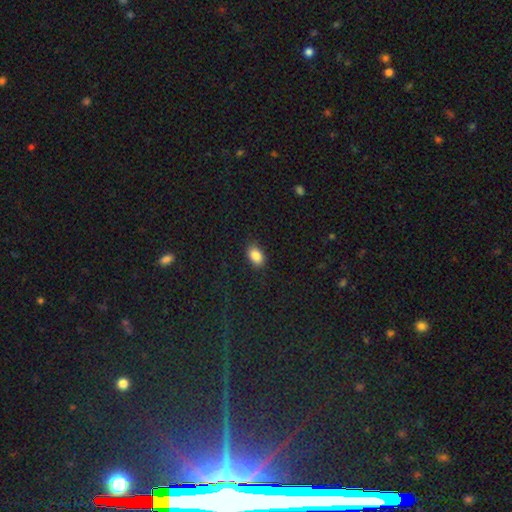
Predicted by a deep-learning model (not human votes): Smooth or featured?
  - smooth: 87% *
  - star or artifact: 8%
  - featured or disk: 5%
How rounded?
  - in between: 86% *
  - round: 13%
  - cigar-shaped: 1%
Merging?
  - none: 86% *
  - minor disturbance: 11%
  - major disturbance: 2%
  - merger: 1%